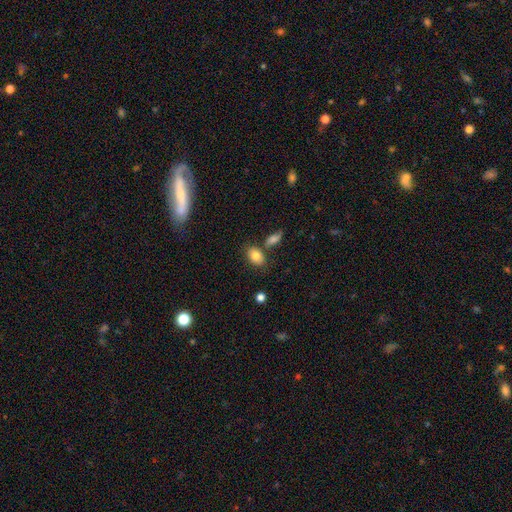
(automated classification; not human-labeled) The model was most divided on "merging": none: 69%, minor disturbance: 14%, merger: 13%, major disturbance: 4%. More confident: how rounded — in between (82%); smooth or featured — smooth (81%).